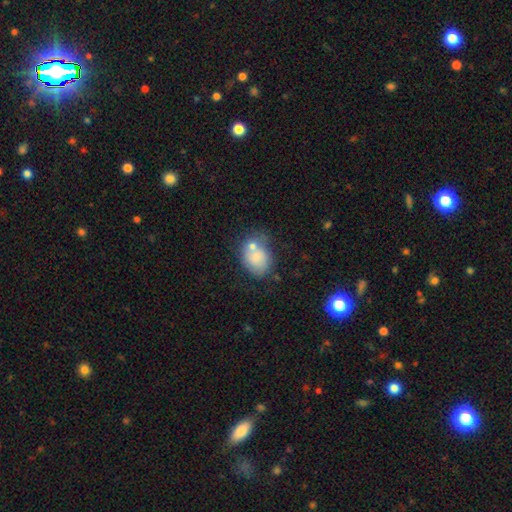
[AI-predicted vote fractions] A smooth galaxy with no disk features (72%) that is in between round and cigar-shaped (61%). Merging: none (40%).